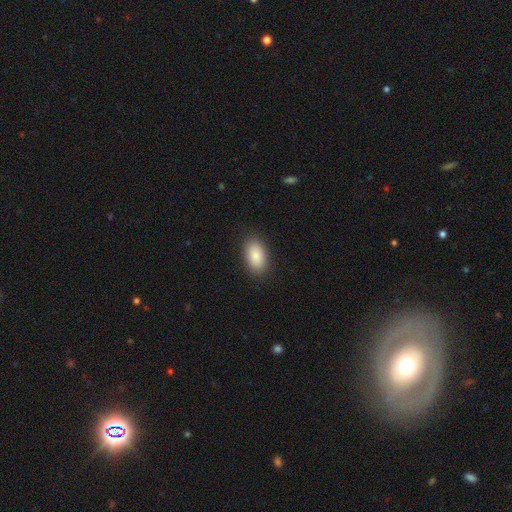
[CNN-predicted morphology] smooth-or-featured: smooth: 88% | star or artifact: 7% | featured or disk: 6%
  how-rounded: in between: 93% | round: 4% | cigar-shaped: 2%
  merging: none: 88% | minor disturbance: 9% | major disturbance: 2% | merger: 1%